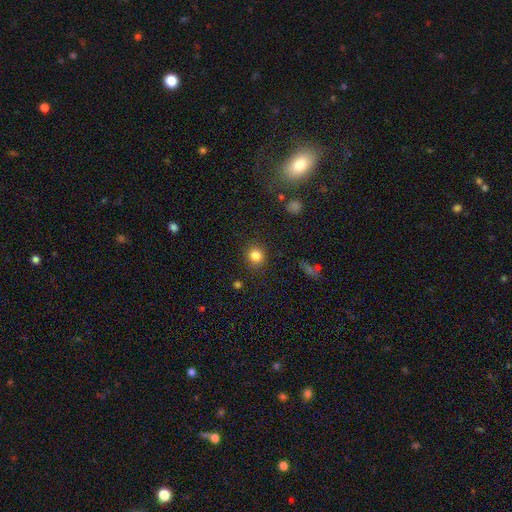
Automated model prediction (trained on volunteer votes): This is clearly a smooth galaxy (83%). How rounded: clearly round (86%). Merging: clearly none (89%).